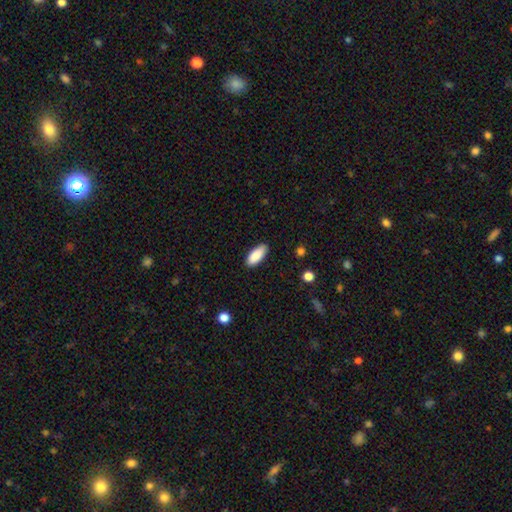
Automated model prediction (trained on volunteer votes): Smooth or featured: smooth — 88% (star or artifact — 6%)
How rounded: in between — 83% (cigar-shaped — 16%)
Merging: none — 87% (minor disturbance — 10%)